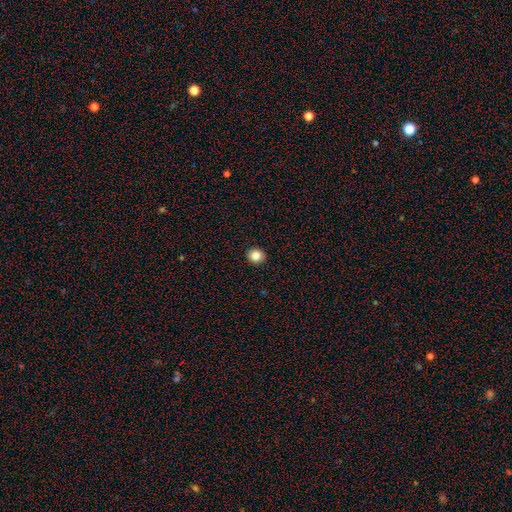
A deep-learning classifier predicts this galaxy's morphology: Smooth or featured? Predicted: smooth (p=0.85). How rounded? Predicted: round (p=0.85). Merging? Predicted: none (p=0.93).